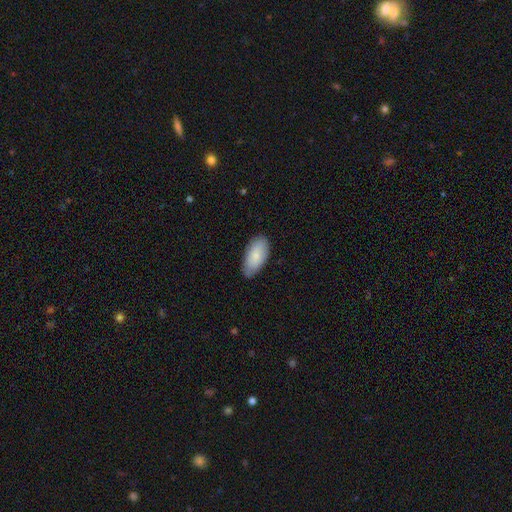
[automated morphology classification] smooth 80%, featured or disk 14%, star or artifact 6%. Down the decision tree: how rounded — in between (93%); merging — none (77%).